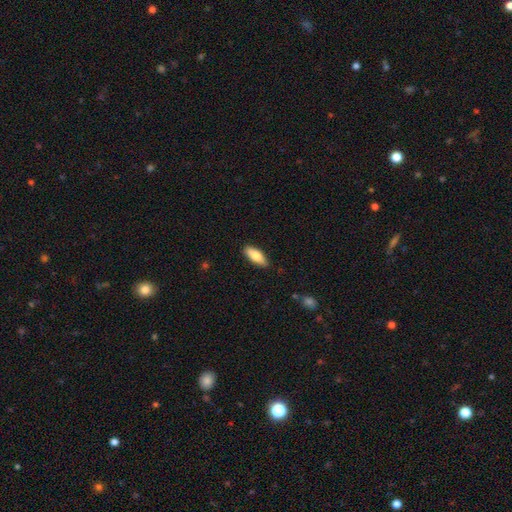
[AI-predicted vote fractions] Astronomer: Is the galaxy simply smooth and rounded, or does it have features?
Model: smooth — 76%.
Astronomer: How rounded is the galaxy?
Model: in between — 73%.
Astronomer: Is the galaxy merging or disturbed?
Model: none — 87%.